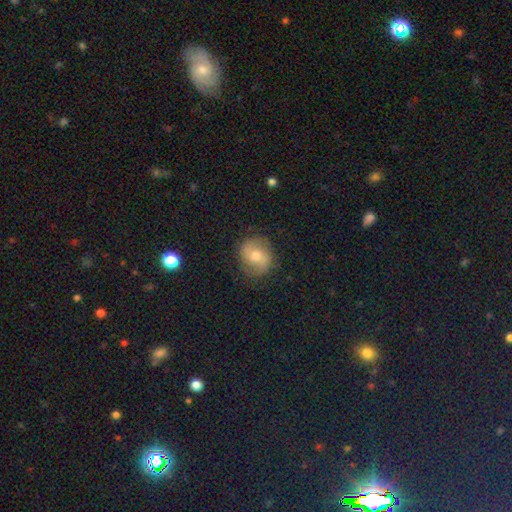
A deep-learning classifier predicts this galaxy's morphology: Q: Smooth or featured?
A: featured or disk (47%); runner-up: smooth (43%)
Q: Merging?
A: none (79%); runner-up: minor disturbance (15%)